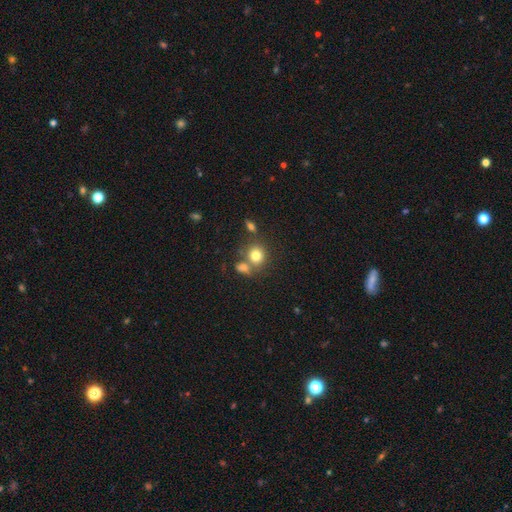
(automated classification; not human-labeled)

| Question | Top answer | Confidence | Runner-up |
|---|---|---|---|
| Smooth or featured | smooth | 79% | star or artifact (11%) |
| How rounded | round | 77% | in between (22%) |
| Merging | none | 55% | merger (29%) |